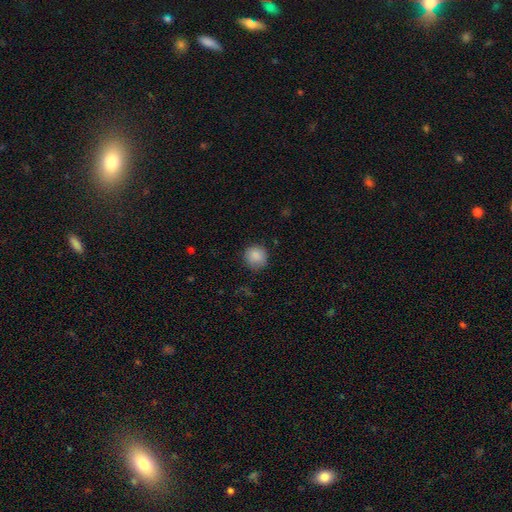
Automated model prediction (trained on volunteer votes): Smooth or featured? Predicted: smooth (p=0.87). How rounded? Predicted: round (p=0.92). Merging? Predicted: none (p=0.82).